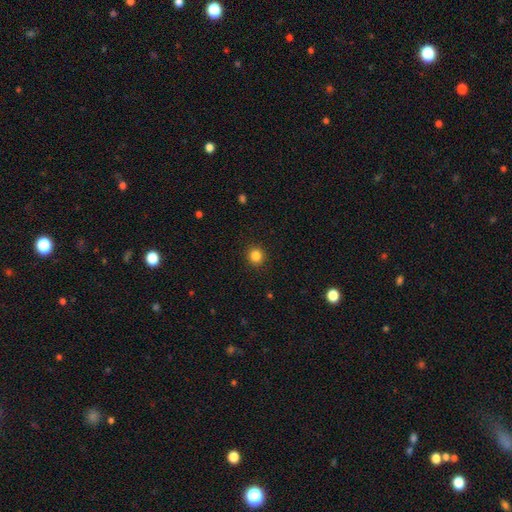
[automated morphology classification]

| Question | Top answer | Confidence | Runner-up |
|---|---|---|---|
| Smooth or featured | smooth | 84% | star or artifact (12%) |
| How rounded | round | 88% | in between (11%) |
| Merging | none | 91% | minor disturbance (6%) |